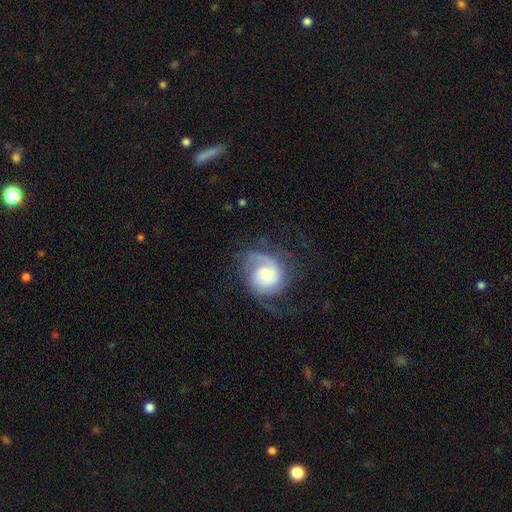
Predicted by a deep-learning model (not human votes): Smooth or featured? Predicted: featured or disk (p=0.76). Edge-on disk? Predicted: no (p=0.98). Bar? Predicted: no (p=0.67). Spiral arms? Predicted: yes (p=0.95). Spiral winding? Predicted: tight (p=0.41). Spiral arm count? Predicted: 2 (p=0.56). Bulge size? Predicted: moderate (p=0.37). Merging? Predicted: none (p=0.64).